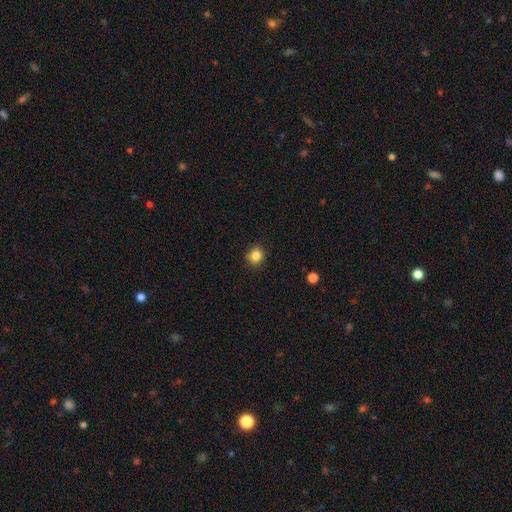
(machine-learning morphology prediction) Smooth or featured? Predicted: smooth (p=0.85). How rounded? Predicted: round (p=0.88). Merging? Predicted: none (p=0.90).